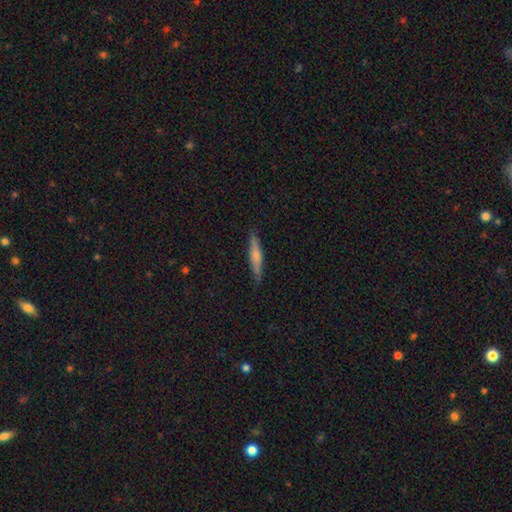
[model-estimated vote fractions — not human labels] smooth_or_featured: smooth (p=0.55) [alt: featured or disk p=0.39]
how_rounded: cigar-shaped (p=0.89) [alt: in between p=0.09]
merging: none (p=0.85) [alt: minor disturbance p=0.12]